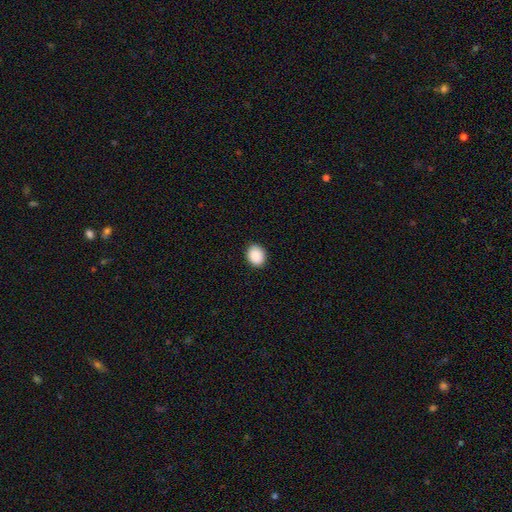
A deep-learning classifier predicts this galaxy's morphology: A smooth galaxy with no disk features (90%) that is in between round and cigar-shaped (58%). Merging: none (90%).